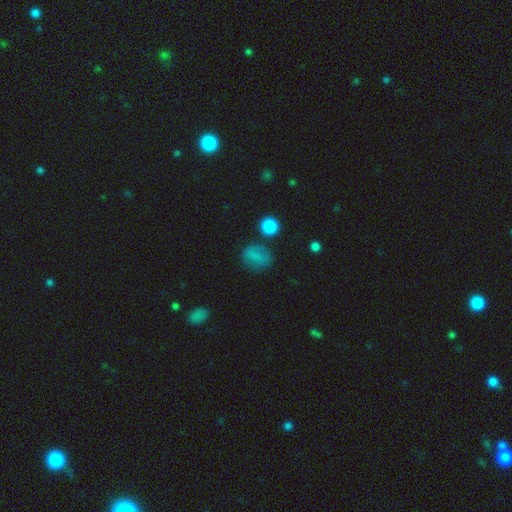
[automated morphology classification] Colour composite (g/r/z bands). It shows a smooth galaxy with no disk features (73%) that is round (51%). Merging: none (72%).